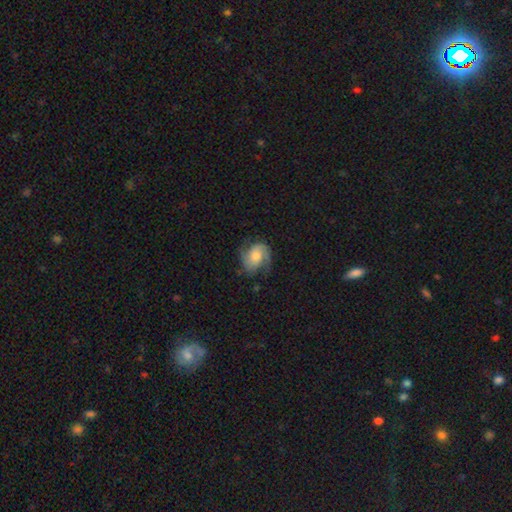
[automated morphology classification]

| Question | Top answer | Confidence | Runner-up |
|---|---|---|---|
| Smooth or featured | featured or disk | 71% | smooth (22%) |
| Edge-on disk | no | 97% | yes (3%) |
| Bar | no | 67% | weak (28%) |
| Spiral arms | yes | 94% | no (6%) |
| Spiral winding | medium | 47% | tight (28%) |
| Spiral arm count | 2 | 82% | can't tell (6%) |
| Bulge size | moderate | 46% | large (25%) |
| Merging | none | 68% | minor disturbance (20%) |